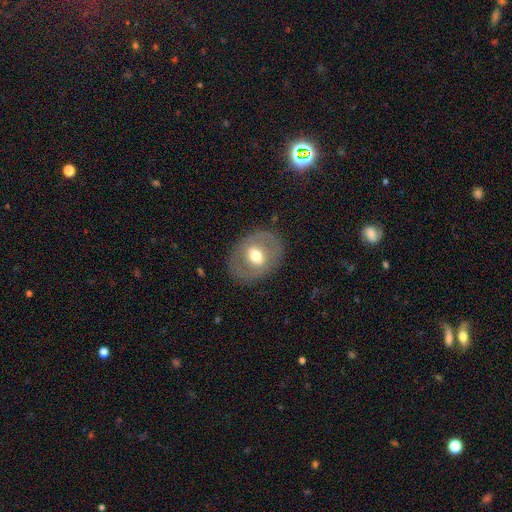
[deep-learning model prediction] Smooth or featured: featured or disk — 47% (smooth — 46%)
Merging: none — 81% (minor disturbance — 12%)